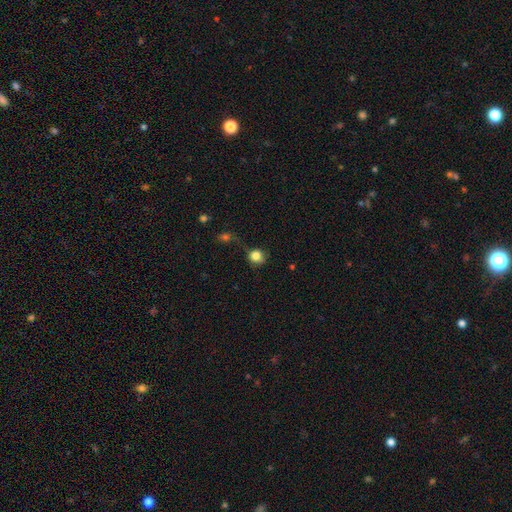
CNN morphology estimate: Smooth or featured: smooth — 83% (star or artifact — 10%)
How rounded: round — 85% (in between — 14%)
Merging: none — 53% (minor disturbance — 24%)